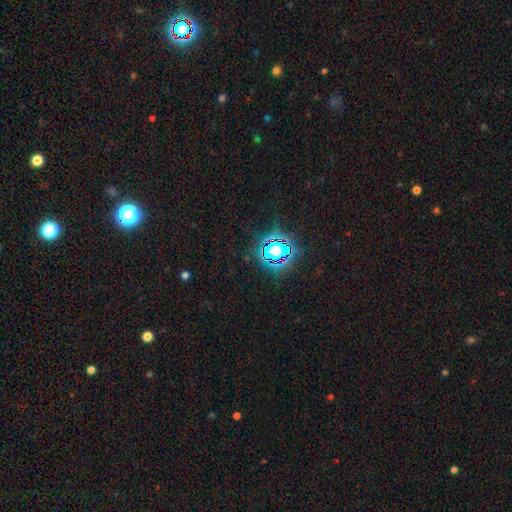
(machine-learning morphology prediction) Smooth or featured? Predicted: star or artifact (p=0.81).